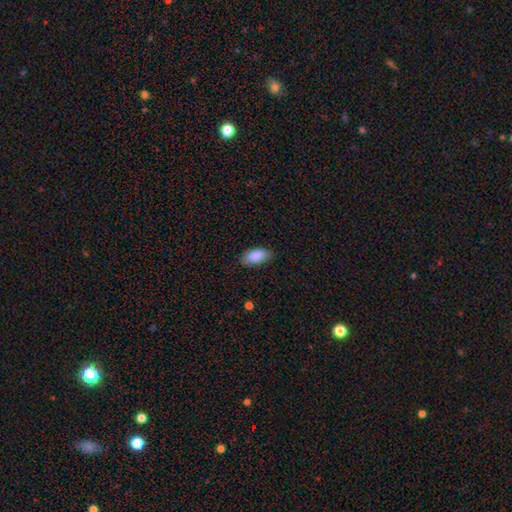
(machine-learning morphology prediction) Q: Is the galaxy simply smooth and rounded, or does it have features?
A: smooth — 88%.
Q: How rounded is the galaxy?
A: in between — 91%.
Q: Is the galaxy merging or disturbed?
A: none — 84%.